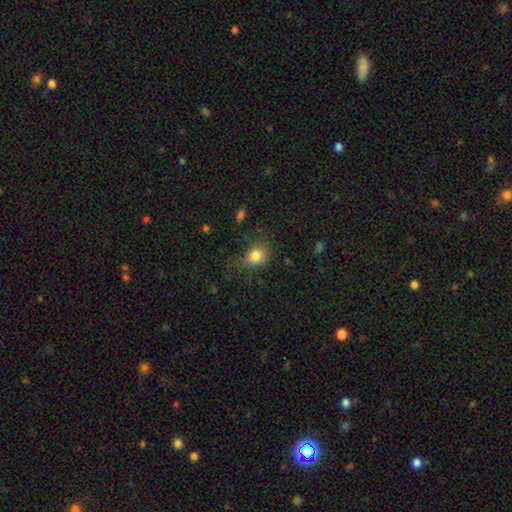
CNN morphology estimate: Smooth or featured?
  - smooth: 81% *
  - star or artifact: 11%
  - featured or disk: 7%
How rounded?
  - round: 64% *
  - in between: 35%
  - cigar-shaped: 1%
Merging?
  - none: 65% *
  - minor disturbance: 23%
  - major disturbance: 10%
  - merger: 2%